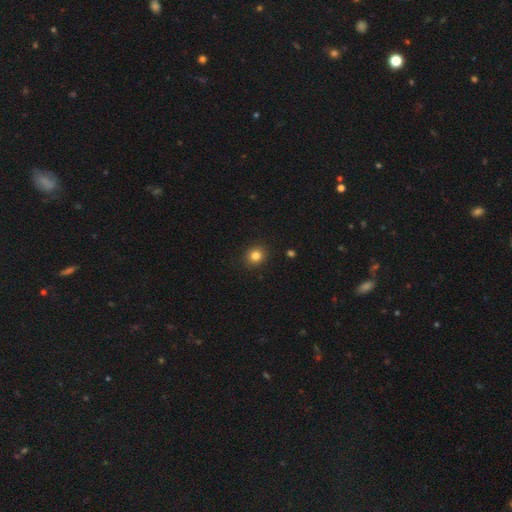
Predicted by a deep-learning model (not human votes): Morphology: type=smooth (83%); roundness=round (80%); merging=none (91%).